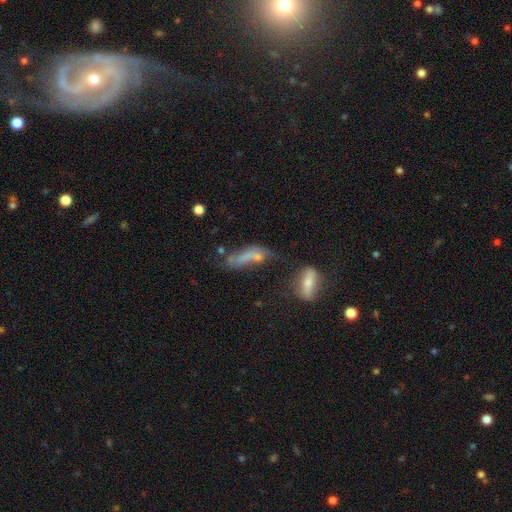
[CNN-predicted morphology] Smooth or featured?
  - smooth: 46% *
  - featured or disk: 37%
  - star or artifact: 16%
Merging?
  - none: 33% *
  - major disturbance: 24%
  - merger: 23%
  - minor disturbance: 21%